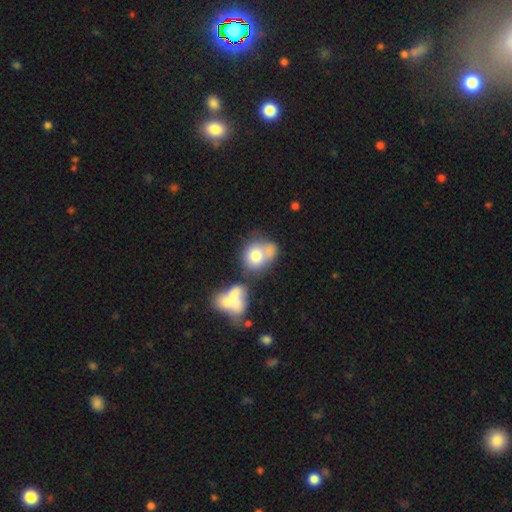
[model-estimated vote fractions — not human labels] smooth_or_featured: smooth (p=0.69) [alt: featured or disk p=0.22]
how_rounded: in between (p=0.49) [tied with: round p=0.49]
merging: merger (p=0.49) [alt: none p=0.25]